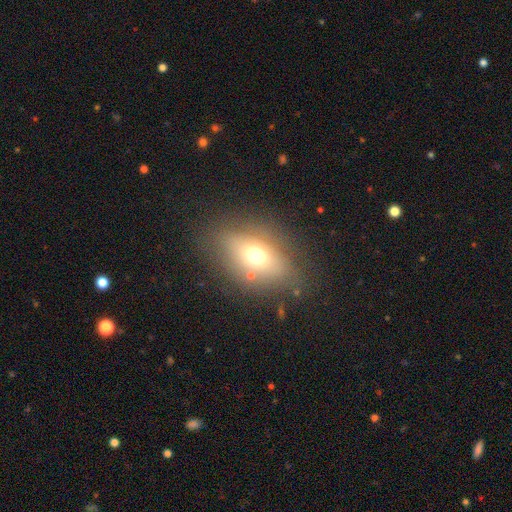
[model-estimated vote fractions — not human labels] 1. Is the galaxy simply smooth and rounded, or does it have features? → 61% smooth, 24% featured or disk, 15% star or artifact.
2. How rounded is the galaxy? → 72% in between, 23% round, 4% cigar-shaped.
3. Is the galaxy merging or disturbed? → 74% none, 15% minor disturbance, 8% major disturbance, 3% merger.